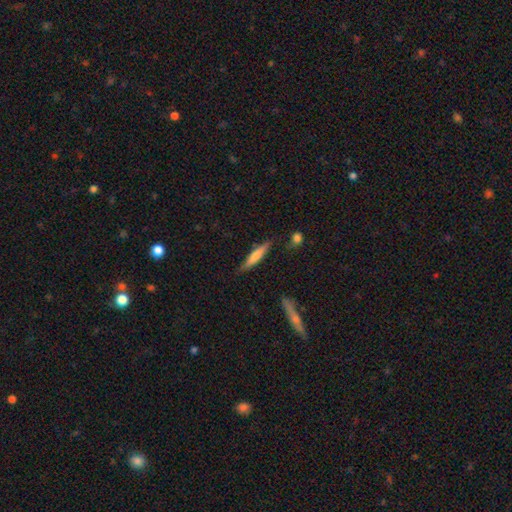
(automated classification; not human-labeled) Smooth or featured? smooth (64%)
How rounded? cigar-shaped (86%)
Merging? none (80%)